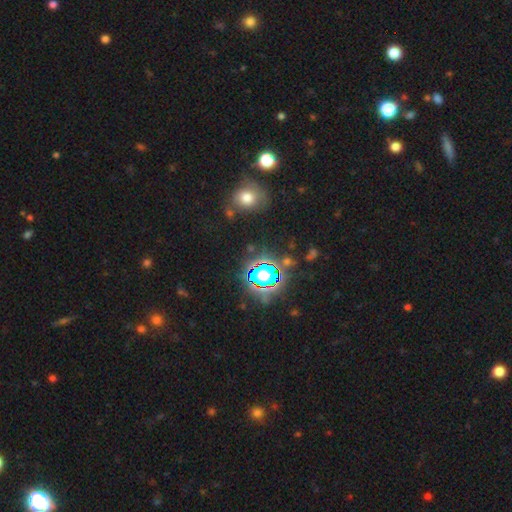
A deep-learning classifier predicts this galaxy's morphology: Overall: star or artifact (65%; smooth 26%).